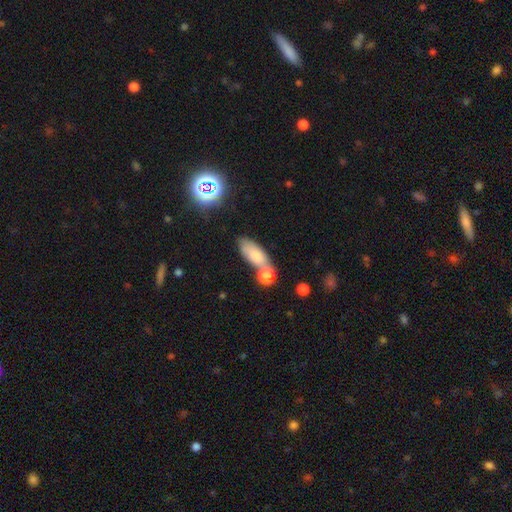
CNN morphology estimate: This appears to be a smooth galaxy with no disk features (76%) that is in between round and cigar-shaped (78%). Merging: none (47%).